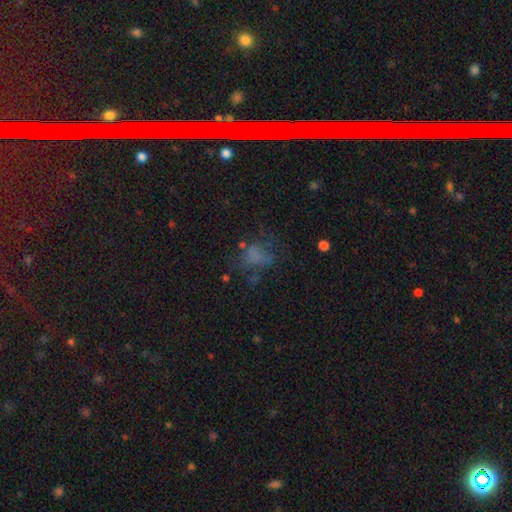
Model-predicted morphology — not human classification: smooth 52%, featured or disk 28%, star or artifact 21%. Down the decision tree: how rounded — in between (55%); merging — none (41%).